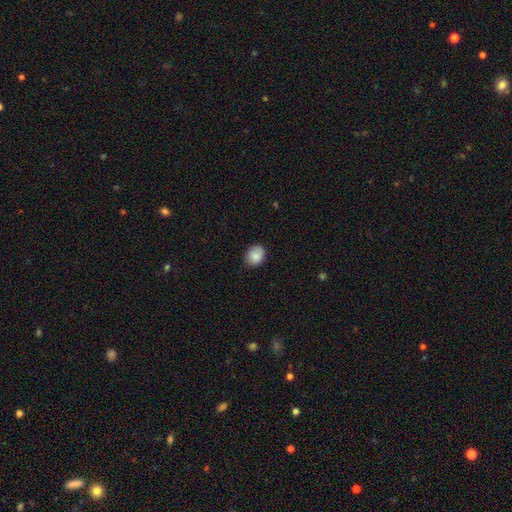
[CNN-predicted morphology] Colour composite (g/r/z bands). It shows a smooth galaxy with no disk features (86%) that is round (50%). Merging: none (75%).